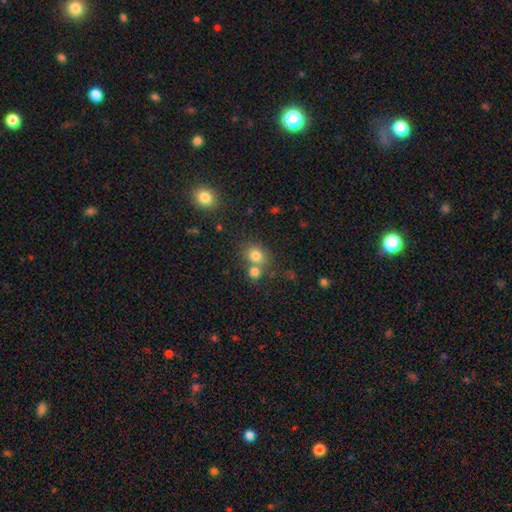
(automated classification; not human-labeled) Smooth or featured? Predicted: smooth (p=0.77). How rounded? Predicted: round (p=0.73). Merging? Predicted: none (p=0.53).